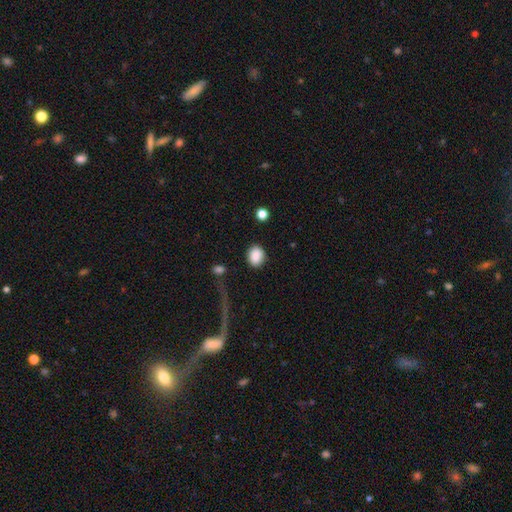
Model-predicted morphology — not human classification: The model was most divided on "how rounded": in between: 51%, round: 47%, cigar-shaped: 1%. More confident: smooth or featured — smooth (88%); merging — none (81%).